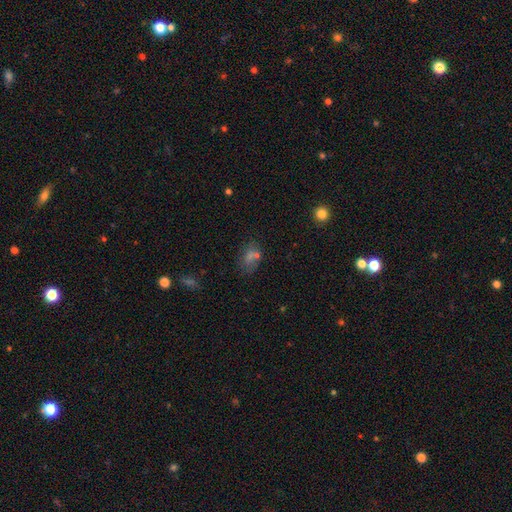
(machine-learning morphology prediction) Smooth or featured? Predicted: smooth (p=0.51). How rounded? Predicted: in between (p=0.72). Merging? Predicted: none (p=0.59).